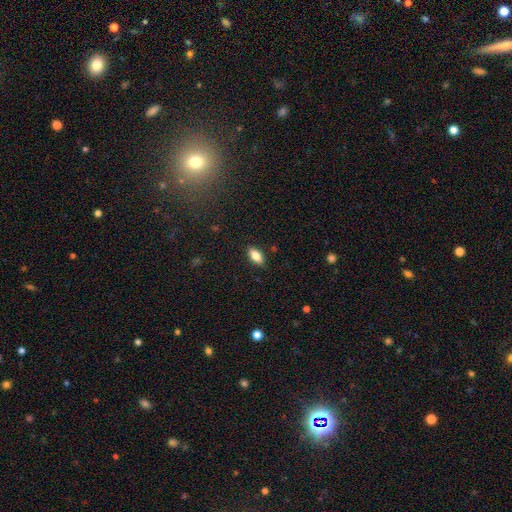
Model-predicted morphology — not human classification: This is clearly a smooth galaxy (80%). How rounded: clearly in between (88%). Merging: clearly none (87%).